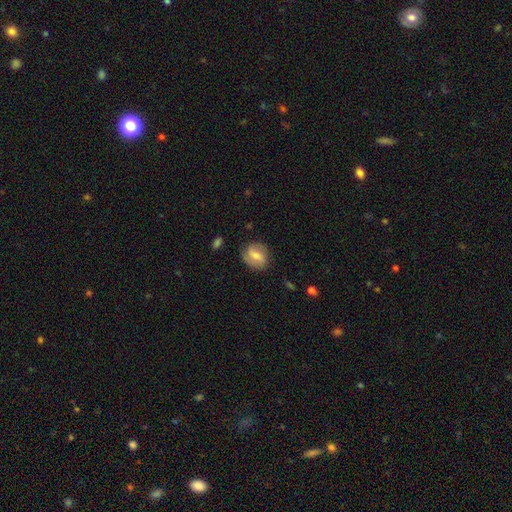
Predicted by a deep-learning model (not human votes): Morphology: type=featured or disk (51%); edge-on=no (96%); merging=none (79%).